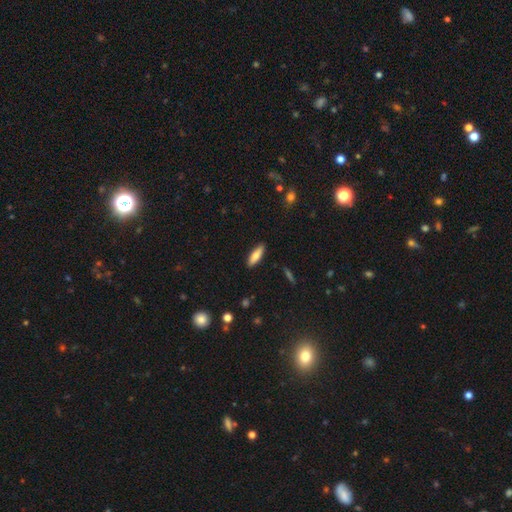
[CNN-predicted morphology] Overall: smooth (77%). How rounded: cigar-shaped (49%, tied with in between). Merging: none (88%).